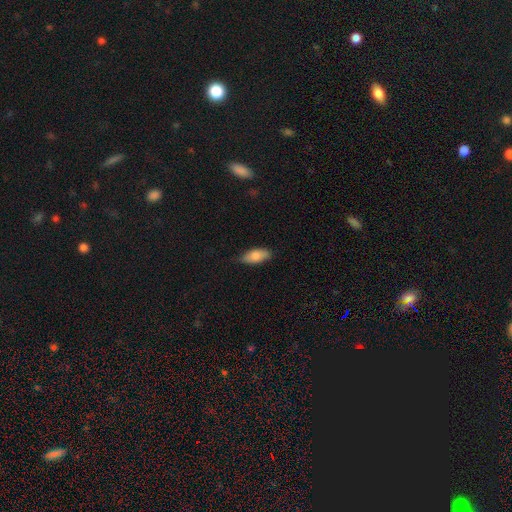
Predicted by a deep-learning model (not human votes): smooth_or_featured: smooth (p=0.80) [alt: featured or disk p=0.13]
how_rounded: in between (p=0.83) [alt: cigar-shaped p=0.14]
merging: none (p=0.78) [alt: minor disturbance p=0.18]